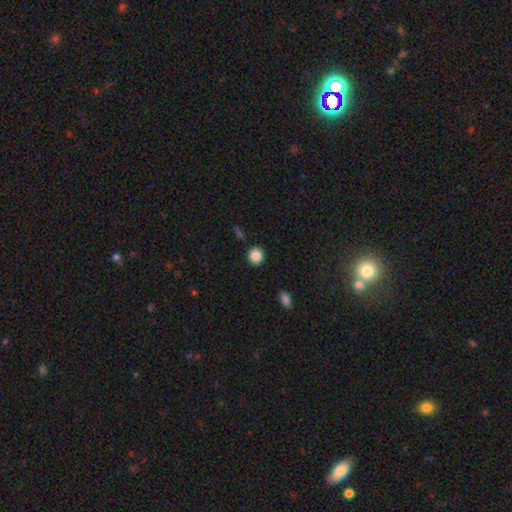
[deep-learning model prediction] Smooth or featured?
  - smooth: 87% *
  - star or artifact: 9%
  - featured or disk: 4%
How rounded?
  - round: 89% *
  - in between: 10%
  - cigar-shaped: 1%
Merging?
  - none: 90% *
  - minor disturbance: 6%
  - merger: 2%
  - major disturbance: 2%